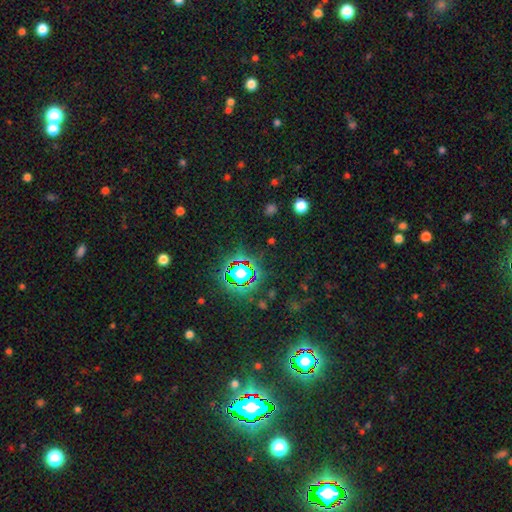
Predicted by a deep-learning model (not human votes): Overall: star or artifact (82%).